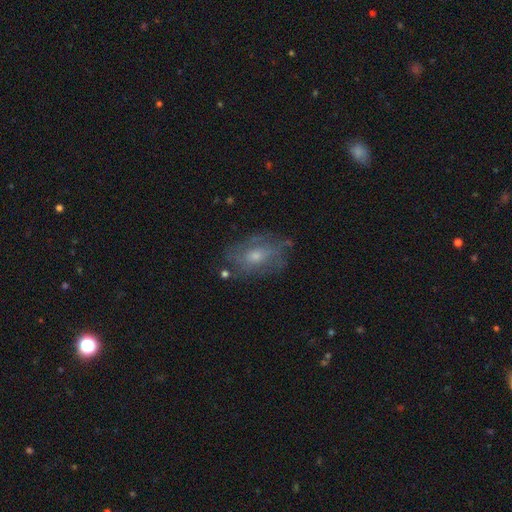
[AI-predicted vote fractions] The model was most divided on "bulge size": moderate: 52%, small: 40%, large: 4%, none: 3%, dominant: 1%. More confident: edge-on disk — no (93%); bar — no (71%); merging — none (67%); spiral arms — yes (60%); smooth or featured — featured or disk (55%).